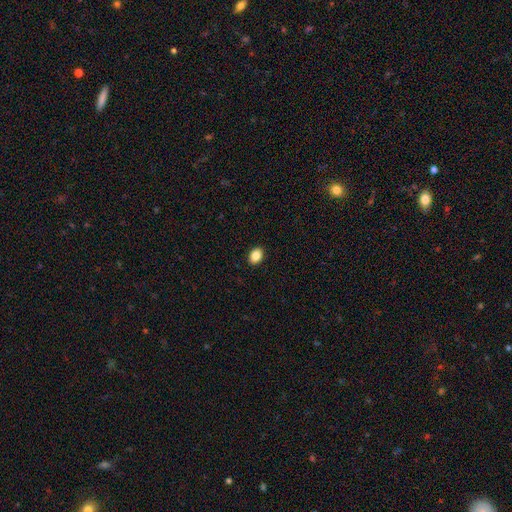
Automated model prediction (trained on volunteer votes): smooth_or_featured: smooth (p=0.87) [alt: star or artifact p=0.09]
how_rounded: in between (p=0.72) [alt: round p=0.27]
merging: none (p=0.91) [alt: minor disturbance p=0.06]